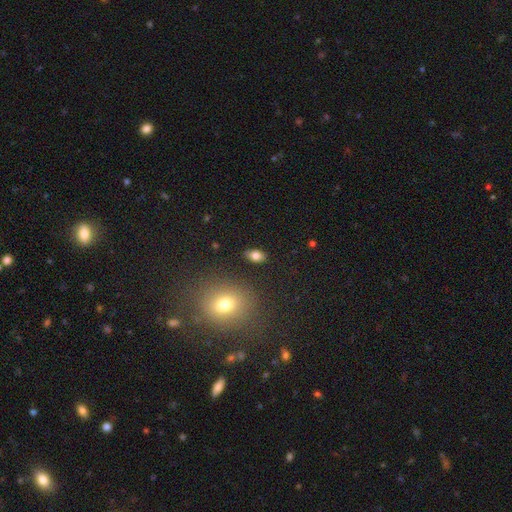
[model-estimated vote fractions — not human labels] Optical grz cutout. It shows a smooth galaxy with no disk features (80%) that is in between round and cigar-shaped (87%). Merging: none (87%).